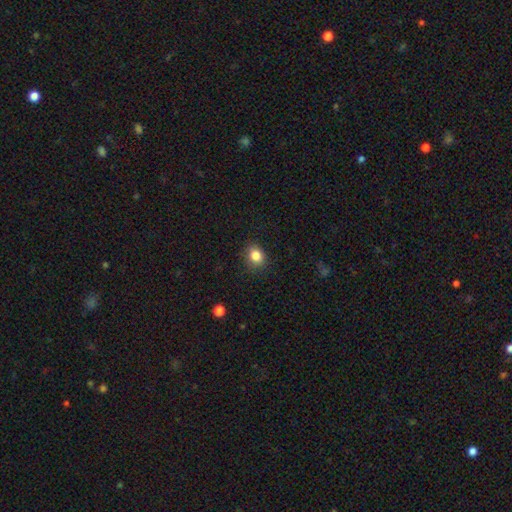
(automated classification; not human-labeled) smooth_or_featured: smooth (p=0.84) [alt: star or artifact p=0.10]
how_rounded: round (p=0.52) [alt: in between p=0.47]
merging: none (p=0.83) [alt: minor disturbance p=0.13]